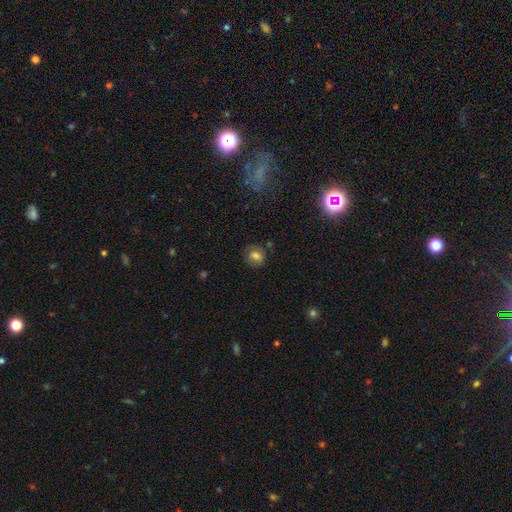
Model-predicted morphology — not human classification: The model was most divided on "how rounded": round: 72%, in between: 27%, cigar-shaped: 1%. More confident: merging — none (77%); smooth or featured — smooth (75%).